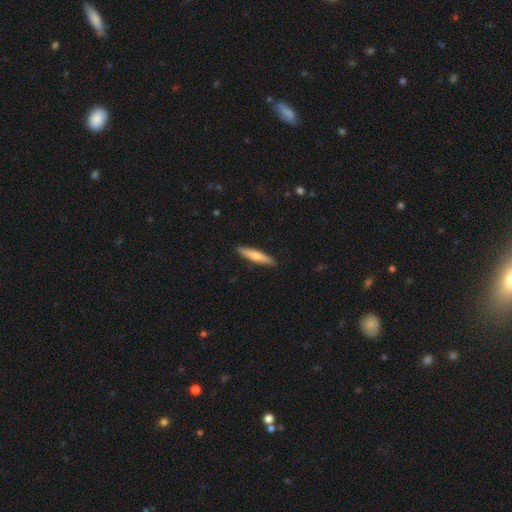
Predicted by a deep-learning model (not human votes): smooth-or-featured: smooth: 65% | featured or disk: 30% | star or artifact: 5%
  how-rounded: cigar-shaped: 88% | in between: 11% | round: 1%
  merging: none: 90% | minor disturbance: 8% | major disturbance: 1% | merger: 1%